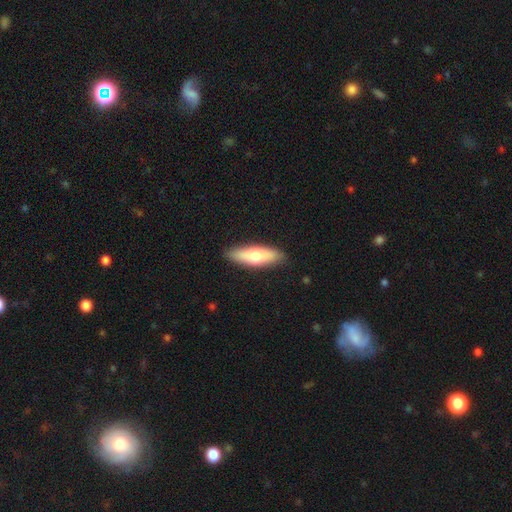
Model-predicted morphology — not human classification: Smooth or featured? Predicted: smooth (p=0.64). How rounded? Predicted: cigar-shaped (p=0.50). Merging? Predicted: none (p=0.88).